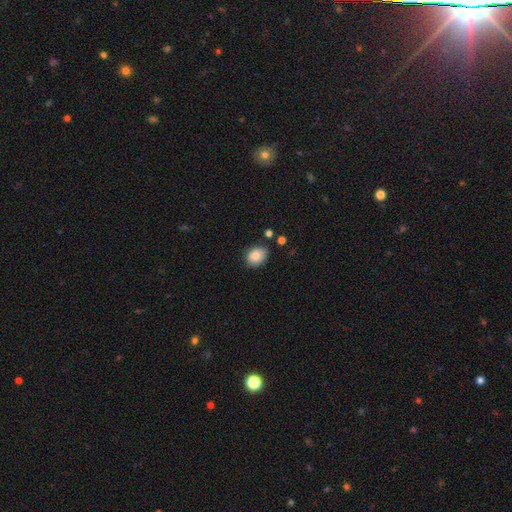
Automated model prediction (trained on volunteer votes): Overall: smooth (87%). How rounded: in between (59%; round 40%). Merging: none (74%).